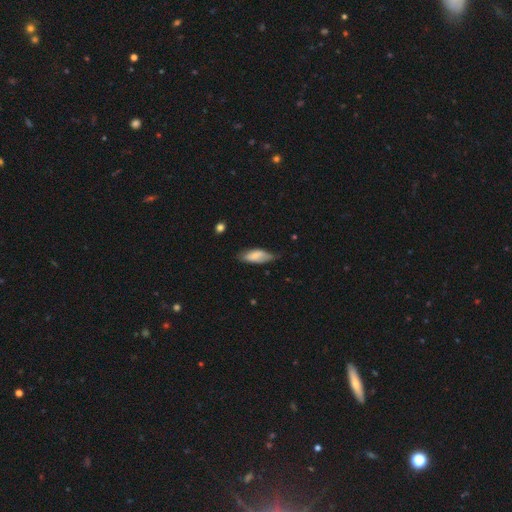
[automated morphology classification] Smooth or featured? Predicted: smooth (p=0.76). How rounded? Predicted: in between (p=0.77). Merging? Predicted: none (p=0.57).